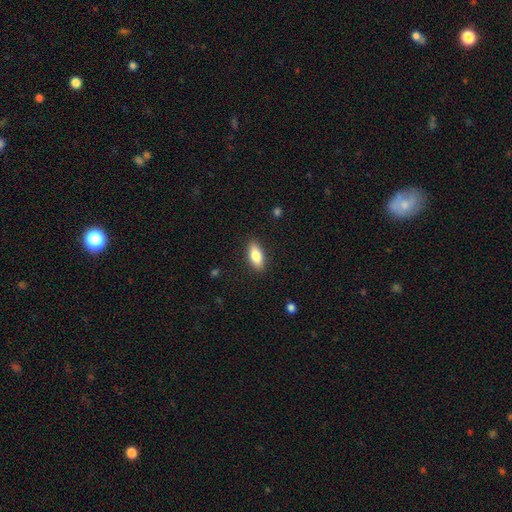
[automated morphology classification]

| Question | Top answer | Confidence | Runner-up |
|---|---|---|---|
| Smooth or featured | smooth | 81% | featured or disk (12%) |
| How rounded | in between | 82% | cigar-shaped (15%) |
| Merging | none | 88% | minor disturbance (9%) |